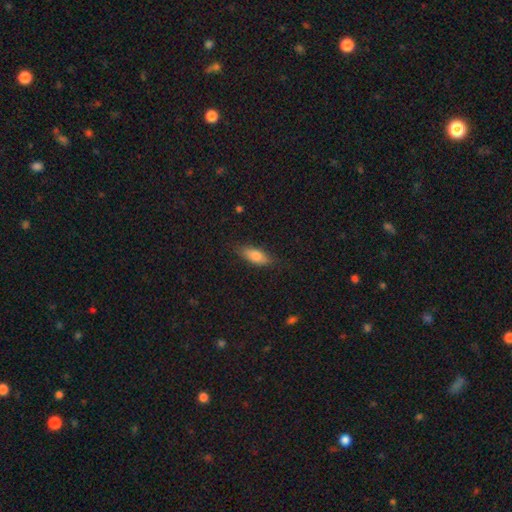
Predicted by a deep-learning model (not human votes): This is likely a smooth galaxy (79%). How rounded: likely in between (72%). Merging: clearly none (82%).